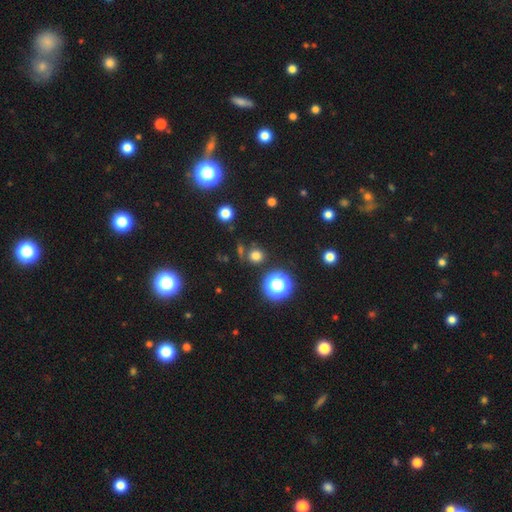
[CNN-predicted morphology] Q: Smooth or featured?
A: smooth (71%); runner-up: star or artifact (23%)
Q: How rounded?
A: round (90%); runner-up: in between (9%)
Q: Merging?
A: none (80%); runner-up: minor disturbance (9%)